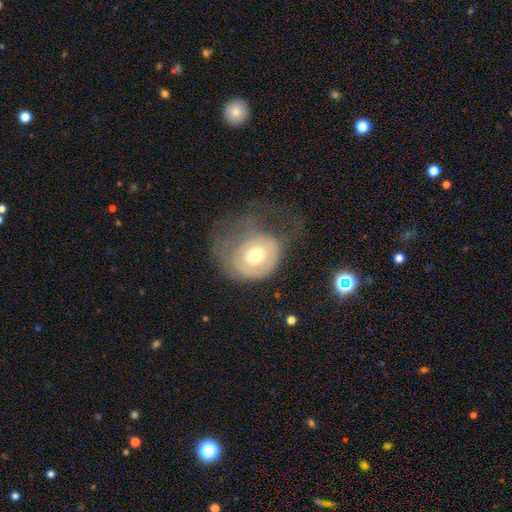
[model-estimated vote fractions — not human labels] A featured or disk galaxy (49%). Merging: major disturbance (47%).